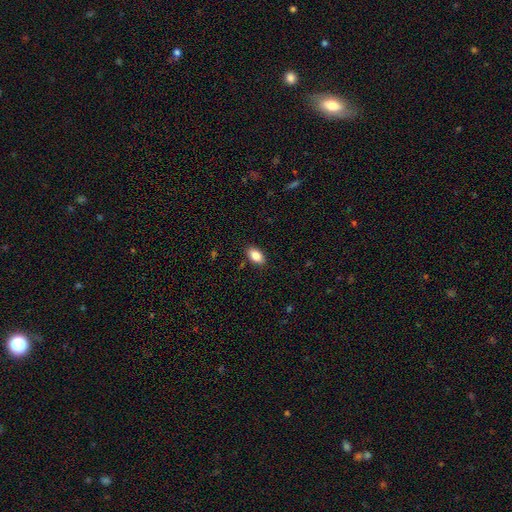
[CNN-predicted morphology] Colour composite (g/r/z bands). It shows a smooth galaxy with no disk features (86%) that is in between round and cigar-shaped (92%). Merging: none (87%).